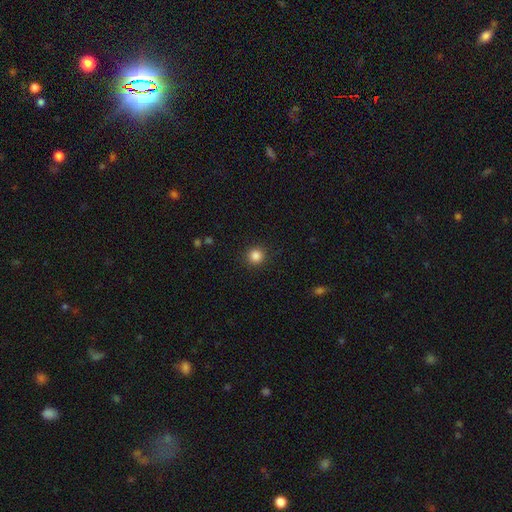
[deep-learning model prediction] A smooth galaxy with no disk features (85%) that is round (94%).

Vote fractions:
- Smooth or featured? smooth: 85% / star or artifact: 11% / featured or disk: 4%
- How rounded? round: 94% / in between: 5% / cigar-shaped: 1%
- Merging? none: 91% / minor disturbance: 6% / major disturbance: 2% / merger: 1%